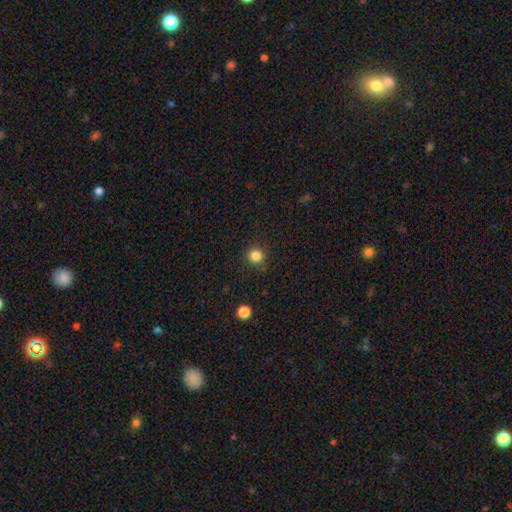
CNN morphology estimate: smooth_or_featured: smooth (p=0.84) [alt: star or artifact p=0.12]
how_rounded: round (p=0.93) [alt: in between p=0.06]
merging: none (p=0.89) [alt: minor disturbance p=0.08]